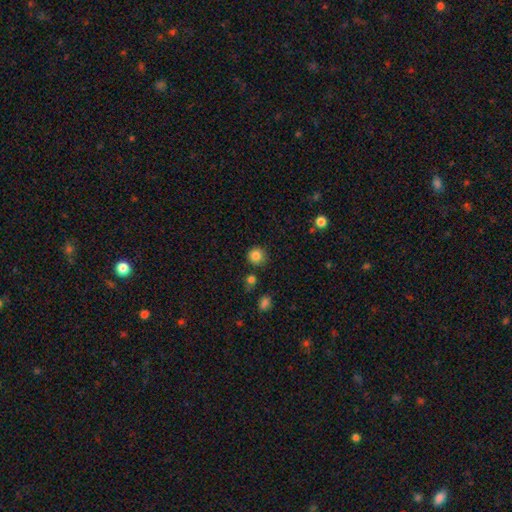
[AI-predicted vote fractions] The model was most divided on "smooth or featured": smooth: 85%, star or artifact: 11%, featured or disk: 4%. More confident: how rounded — round (93%); merging — none (85%).